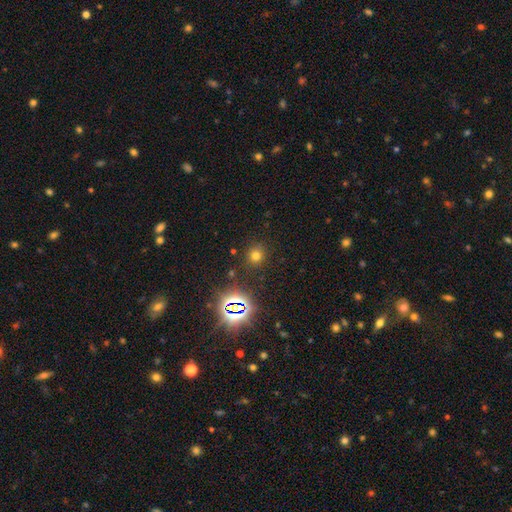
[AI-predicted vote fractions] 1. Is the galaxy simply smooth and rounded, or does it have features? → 67% smooth, 26% star or artifact, 7% featured or disk.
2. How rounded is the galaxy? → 86% round, 13% in between, 1% cigar-shaped.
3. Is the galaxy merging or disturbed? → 87% none, 8% minor disturbance, 3% major disturbance, 2% merger.